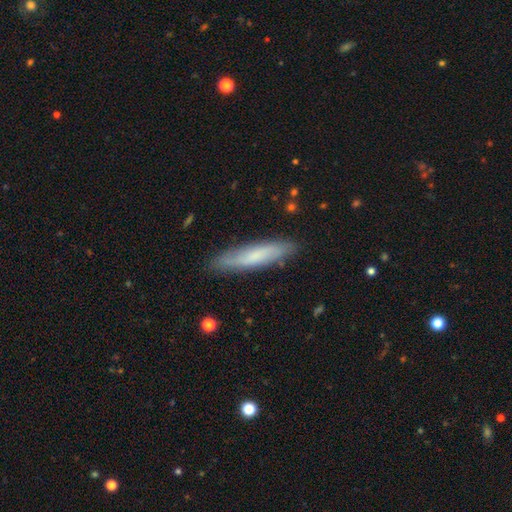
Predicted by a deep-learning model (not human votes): A smooth galaxy with no disk features (60%) that is cigar-shaped (82%).

Vote fractions:
- Smooth or featured? smooth: 60% / featured or disk: 33% / star or artifact: 7%
- How rounded? cigar-shaped: 82% / in between: 17% / round: 1%
- Merging? none: 83% / minor disturbance: 13% / major disturbance: 2% / merger: 1%